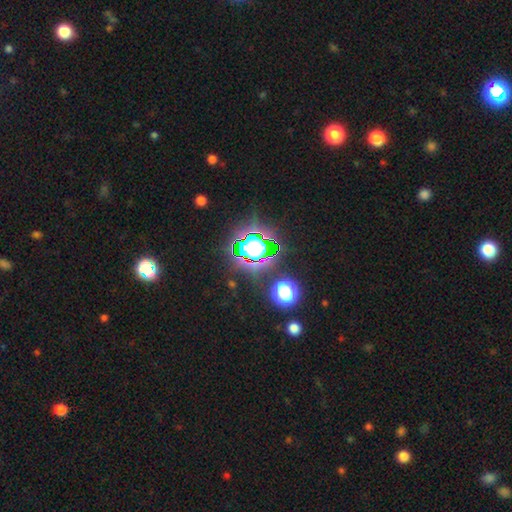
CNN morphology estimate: This appears to be a star or artifact, not a galaxy (79%).